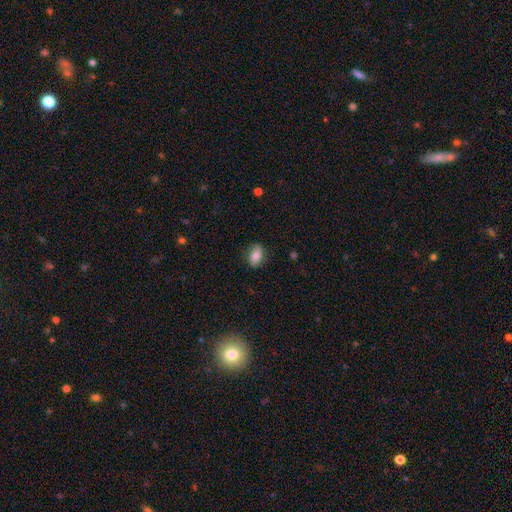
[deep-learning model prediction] Q: Smooth or featured?
A: smooth (78%); runner-up: featured or disk (14%)
Q: How rounded?
A: in between (87%); runner-up: round (9%)
Q: Merging?
A: none (82%); runner-up: minor disturbance (14%)